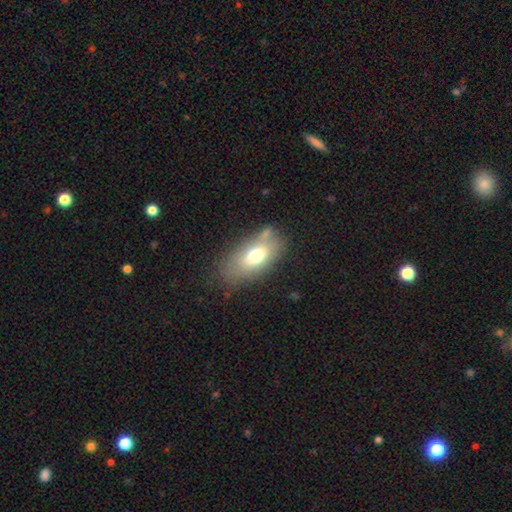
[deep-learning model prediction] Overall: smooth (67%). How rounded: in between (89%). Merging: none (68%).